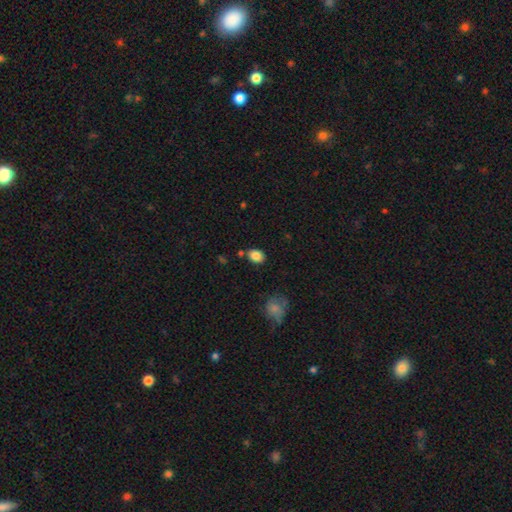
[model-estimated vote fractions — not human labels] Smooth or featured? smooth (85%)
How rounded? in between (61%)
Merging? none (76%)